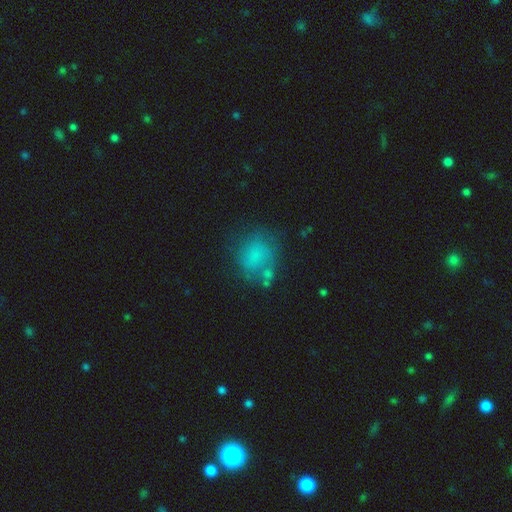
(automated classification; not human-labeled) This appears to be a smooth galaxy with no disk features (69%) that is round (63%). Merging: none (59%).